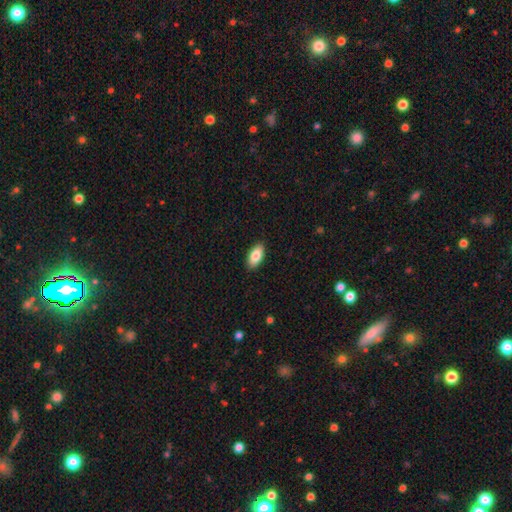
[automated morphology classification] Smooth or featured?
  - smooth: 84% *
  - featured or disk: 10%
  - star or artifact: 7%
How rounded?
  - in between: 92% *
  - cigar-shaped: 5%
  - round: 3%
Merging?
  - none: 90% *
  - minor disturbance: 8%
  - major disturbance: 2%
  - merger: 1%